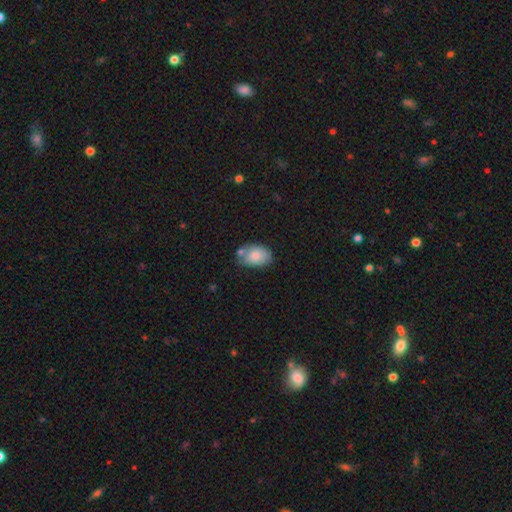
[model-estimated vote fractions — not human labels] Morphology: type=smooth (81%); roundness=in between (86%); merging=none (54%).